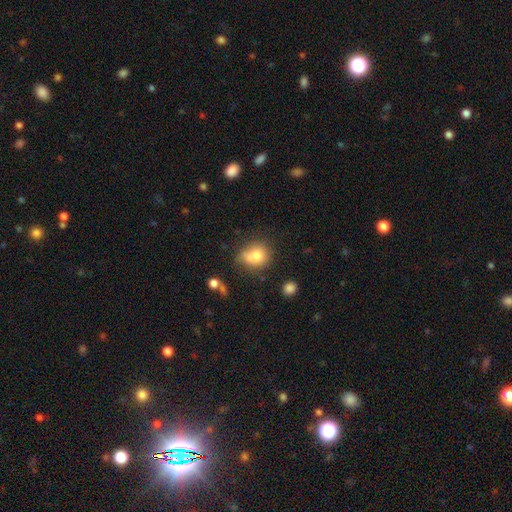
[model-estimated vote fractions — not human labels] Smooth or featured? Predicted: smooth (p=0.75). How rounded? Predicted: round (p=0.66). Merging? Predicted: none (p=0.48).